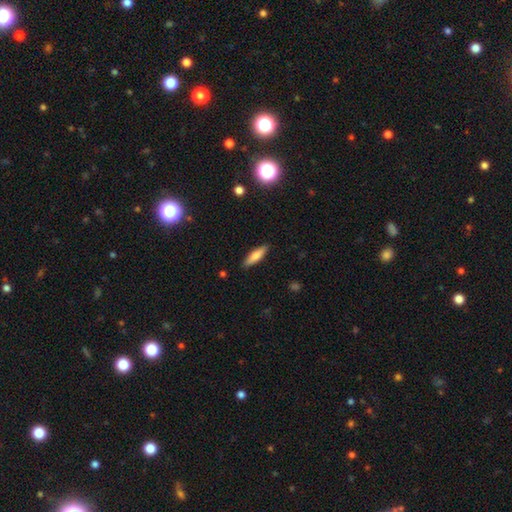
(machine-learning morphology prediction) Smooth or featured: smooth — 75% (featured or disk — 18%)
How rounded: cigar-shaped — 62% (in between — 36%)
Merging: none — 88% (minor disturbance — 9%)